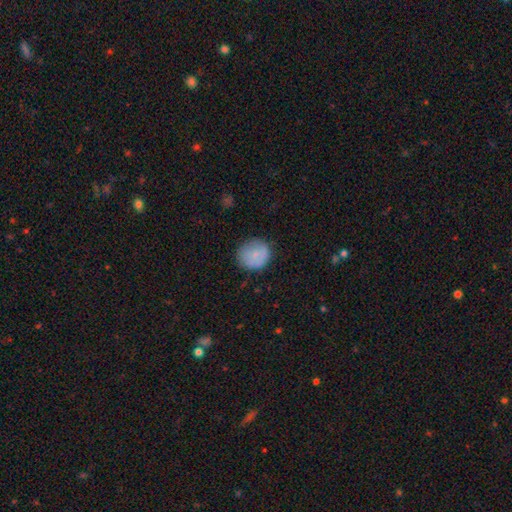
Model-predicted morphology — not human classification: smooth 81%, featured or disk 11%, star or artifact 8%. Down the decision tree: how rounded — round (85%); merging — none (78%).